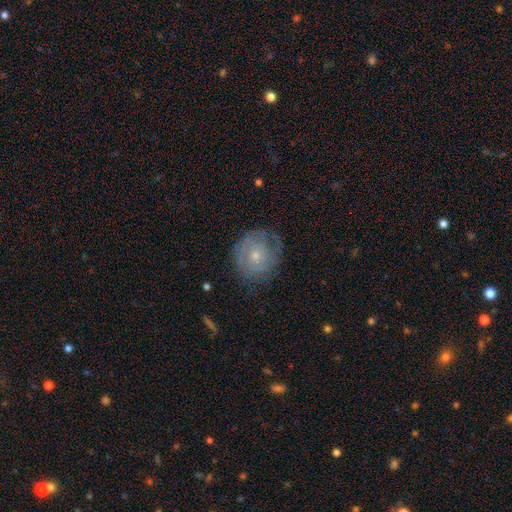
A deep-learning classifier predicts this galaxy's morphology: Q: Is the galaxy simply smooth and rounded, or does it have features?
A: featured or disk — 57%.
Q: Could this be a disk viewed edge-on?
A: no — 97%.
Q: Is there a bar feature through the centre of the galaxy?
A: no — 84%.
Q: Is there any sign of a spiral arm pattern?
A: yes — 74%.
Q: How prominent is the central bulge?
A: small — 61%.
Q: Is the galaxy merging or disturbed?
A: none — 68%.